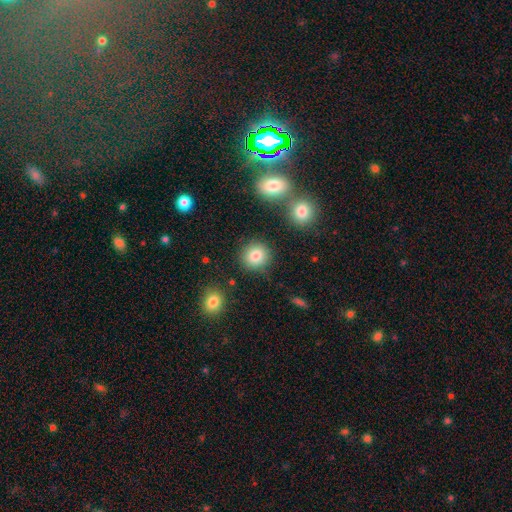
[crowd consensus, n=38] Smooth or featured?
  - smooth: 84% *
  - featured or disk: 8%
  - star or artifact: 8%
How rounded?
  - round: 100% *
  - in between: 0%
  - cigar-shaped: 0%
Merging?
  - none: 83% *
  - minor disturbance: 11%
  - major disturbance: 6%
  - merger: 0%